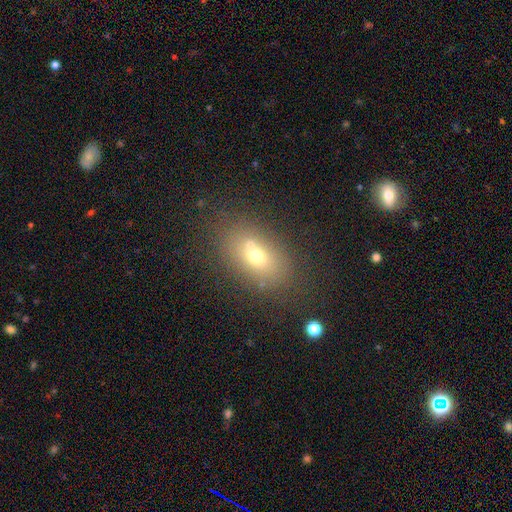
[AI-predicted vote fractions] Smooth or featured? Predicted: smooth (p=0.65). How rounded? Predicted: in between (p=0.79). Merging? Predicted: none (p=0.66).